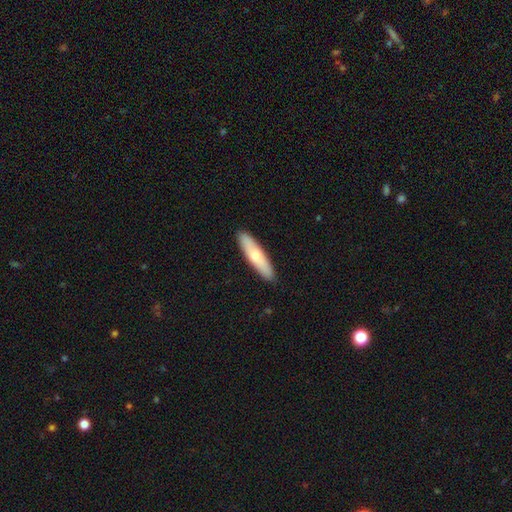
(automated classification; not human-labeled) smooth 67%, featured or disk 28%, star or artifact 5%. Down the decision tree: how rounded — cigar-shaped (78%); merging — none (91%).